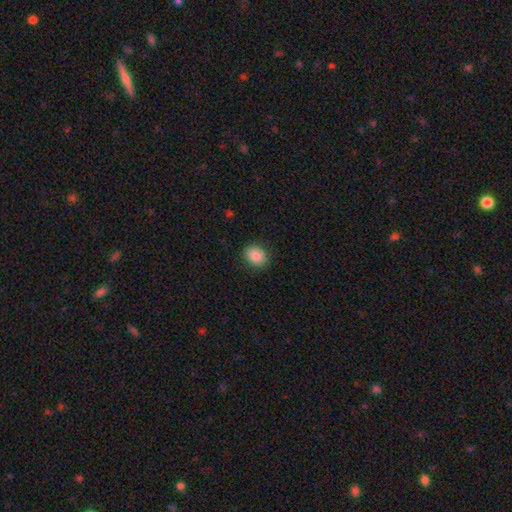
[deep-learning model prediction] Smooth or featured? smooth (85%)
How rounded? round (52%)
Merging? none (86%)